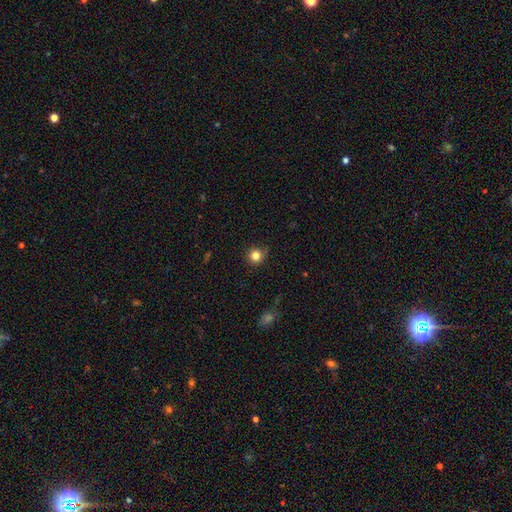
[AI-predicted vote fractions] Smooth or featured? smooth (82%)
How rounded? round (92%)
Merging? none (82%)